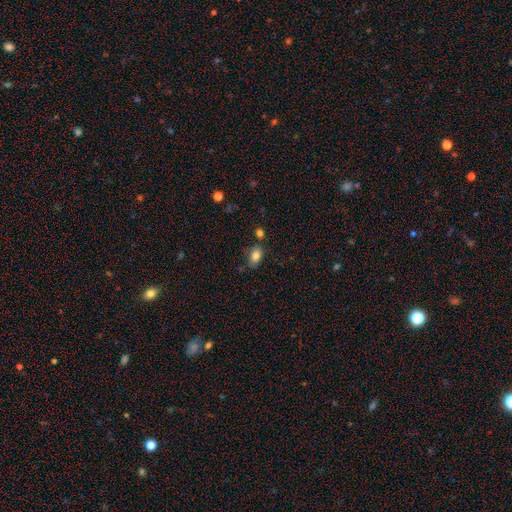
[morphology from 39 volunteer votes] Smooth or featured?
  - smooth: 82% *
  - featured or disk: 10%
  - star or artifact: 8%
How rounded?
  - in between: 88% *
  - round: 9%
  - cigar-shaped: 3%
Merging?
  - none: 81% *
  - minor disturbance: 11%
  - merger: 6%
  - major disturbance: 3%